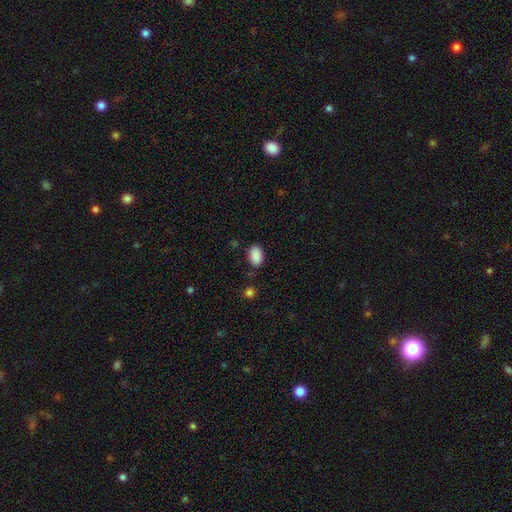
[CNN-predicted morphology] Smooth or featured? Predicted: smooth (p=0.89). How rounded? Predicted: in between (p=0.86). Merging? Predicted: none (p=0.81).